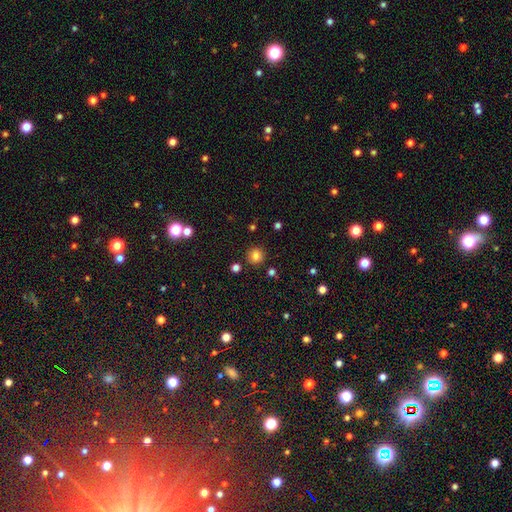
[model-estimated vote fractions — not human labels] smooth_or_featured: smooth (p=0.82) [alt: star or artifact p=0.13]
how_rounded: round (p=0.93) [alt: in between p=0.06]
merging: none (p=0.89) [alt: minor disturbance p=0.06]